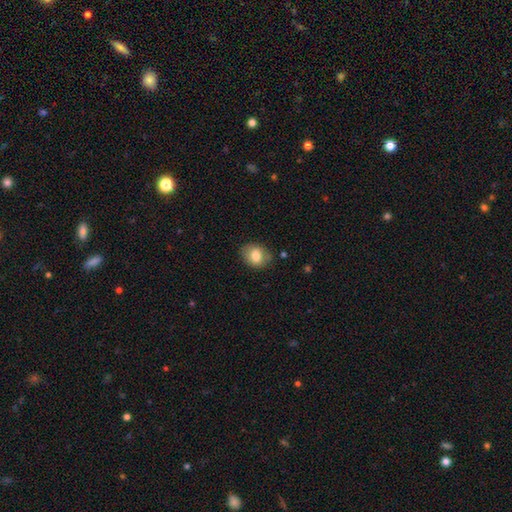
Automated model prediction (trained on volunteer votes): A smooth galaxy with no disk features (79%) that is in between round and cigar-shaped (59%). Merging: none (80%).